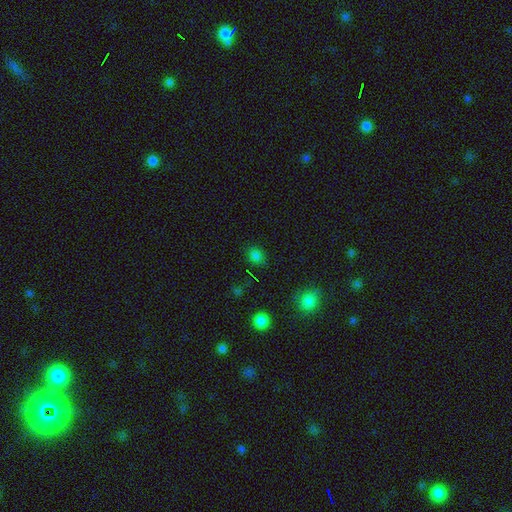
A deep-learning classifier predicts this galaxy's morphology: smooth 75%, star or artifact 21%, featured or disk 4%. Down the decision tree: how rounded — round (61%); merging — none (85%).